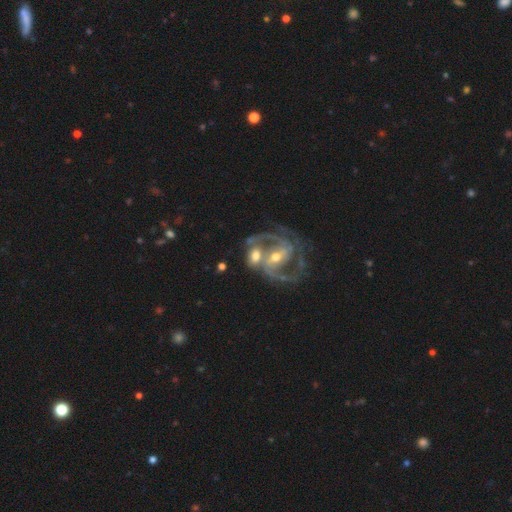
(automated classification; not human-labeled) Smooth or featured: featured or disk — 81% (smooth — 13%)
Edge-on disk: no — 97% (yes — 3%)
Bar: weak — 41% (no — 30%)
Spiral arms: yes — 91% (no — 9%)
Spiral winding: medium — 51% (tight — 33%)
Spiral arm count: 2 — 73% (can't tell — 9%)
Bulge size: moderate — 62% (small — 29%)
Merging: merger — 43% (none — 34%)